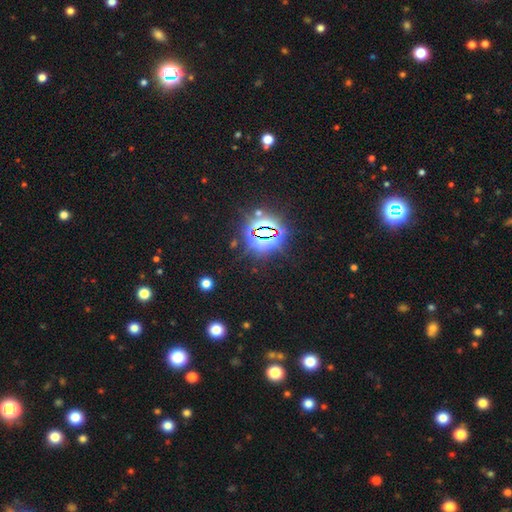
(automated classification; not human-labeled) A star or artifact, not a galaxy (81%).